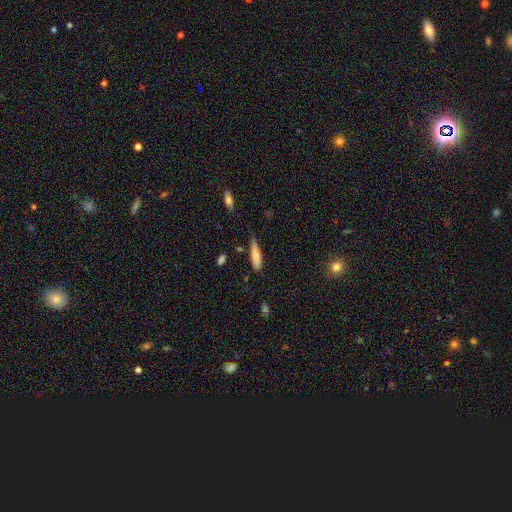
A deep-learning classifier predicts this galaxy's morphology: Smooth or featured: smooth — 79% (featured or disk — 14%)
How rounded: cigar-shaped — 66% (in between — 33%)
Merging: none — 57% (minor disturbance — 33%)